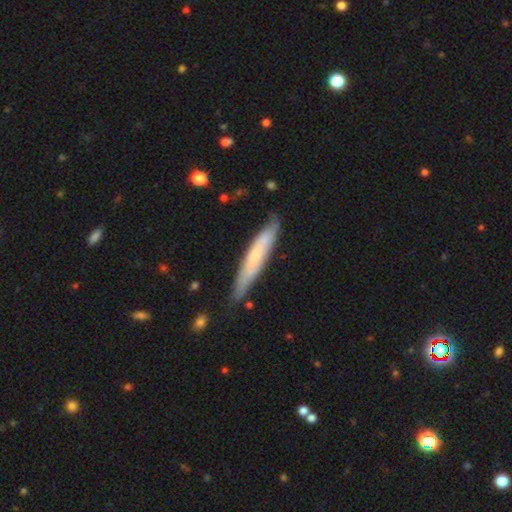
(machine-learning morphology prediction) A smooth galaxy with no disk features (50%) that is cigar-shaped (91%). Merging: none (79%).